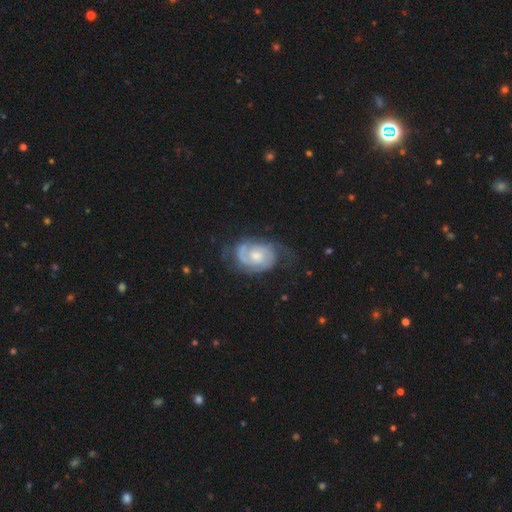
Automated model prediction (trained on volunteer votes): A featured or disk galaxy (84%) with no bar (68%), 2 (64%) tight (56%) spiral arms (95%) and a moderate central bulge (51%).

Vote fractions:
- Smooth or featured? featured or disk: 84% / smooth: 11% / star or artifact: 5%
- Edge-on disk? no: 97% / yes: 3%
- Bar? no: 68% / weak: 28% / strong: 4%
- Spiral arms? yes: 95% / no: 5%
- Spiral winding? tight: 56% / medium: 34% / loose: 10%
- Spiral arm count? 2: 64% / can't tell: 16% / 3: 9% / 1: 7% / 4: 2% / more than 4: 2%
- Bulge size? moderate: 51% / small: 40% / large: 5% / none: 4% / dominant: 1%
- Merging? none: 60% / minor disturbance: 23% / major disturbance: 15% / merger: 2%